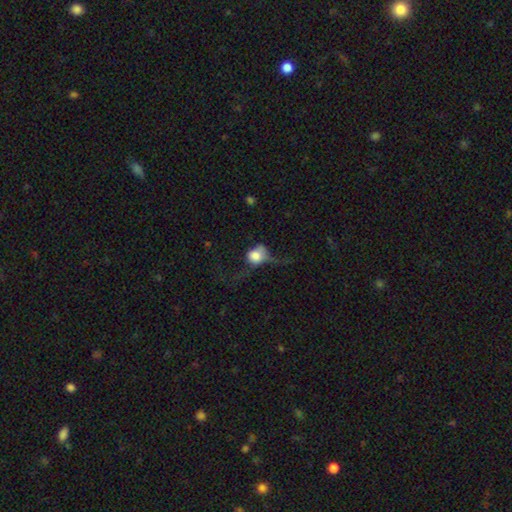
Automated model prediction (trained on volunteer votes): Morphology: type=smooth (65%); roundness=round (69%); merging=major disturbance (49%).